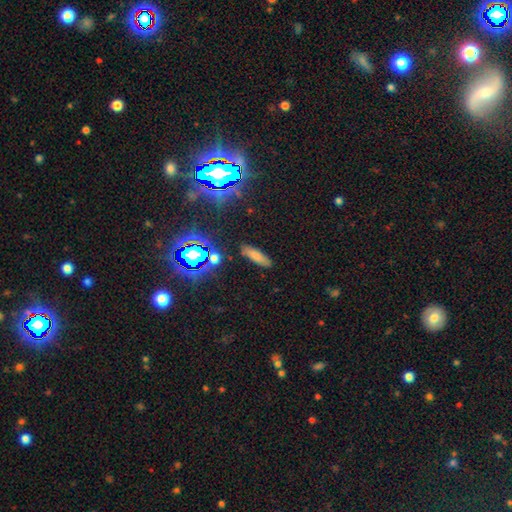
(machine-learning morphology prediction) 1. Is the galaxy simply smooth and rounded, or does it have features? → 71% smooth, 17% star or artifact, 12% featured or disk.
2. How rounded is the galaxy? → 57% cigar-shaped, 40% in between, 3% round.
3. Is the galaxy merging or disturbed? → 87% none, 9% minor disturbance, 2% major disturbance, 2% merger.